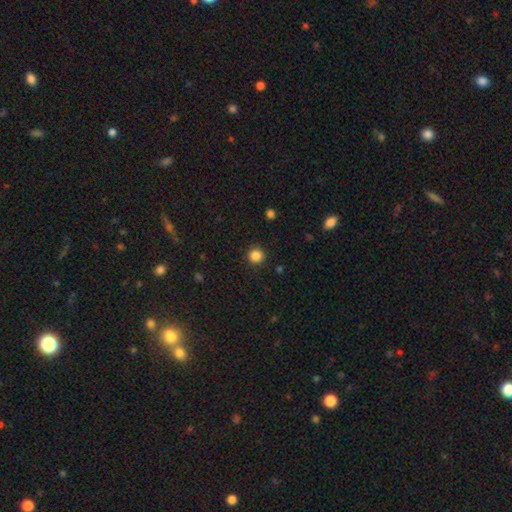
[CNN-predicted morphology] A smooth galaxy with no disk features (85%) that is round (94%). Merging: none (91%).